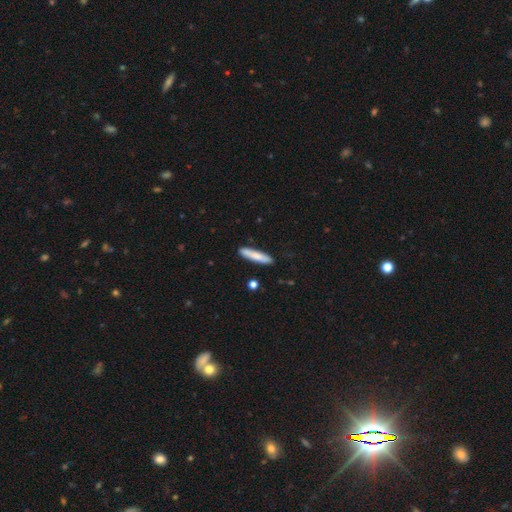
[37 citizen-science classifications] smooth 73%, featured or disk 27%, star or artifact 0%. Down the decision tree: how rounded — cigar-shaped (96%); merging — none (86%).